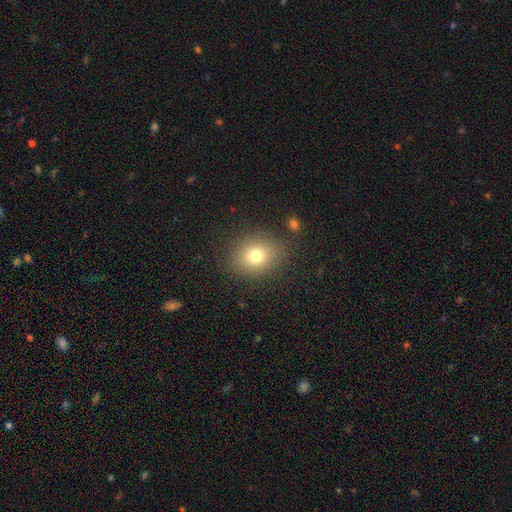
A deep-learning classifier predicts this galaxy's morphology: A smooth galaxy with no disk features (76%) that is round (62%). Merging: none (84%).